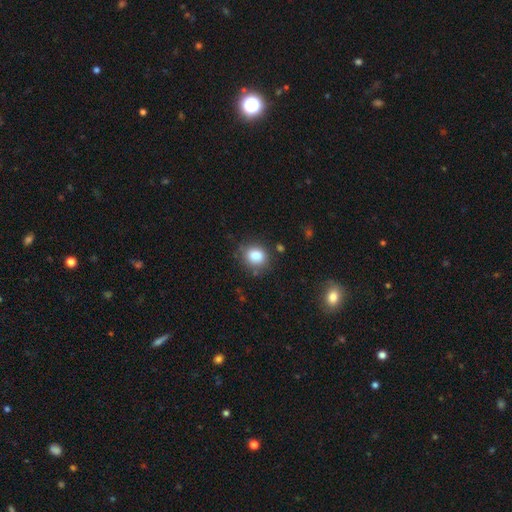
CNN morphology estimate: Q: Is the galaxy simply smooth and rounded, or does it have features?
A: smooth — 85%.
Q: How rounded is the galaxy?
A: round — 63%.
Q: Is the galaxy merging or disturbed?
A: none — 76%.